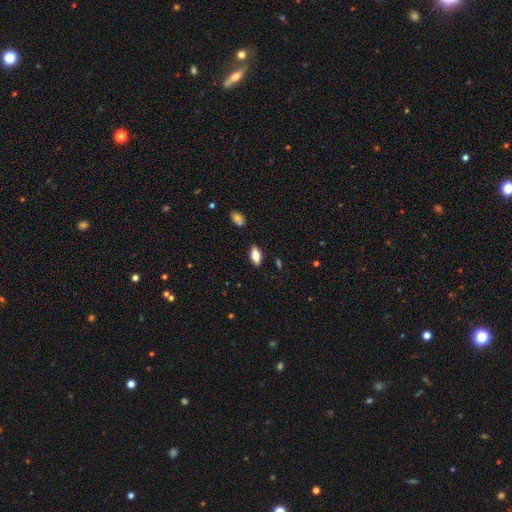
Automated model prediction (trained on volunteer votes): smooth_or_featured: smooth (p=0.69) [alt: featured or disk p=0.23]
how_rounded: in between (p=0.86) [alt: cigar-shaped p=0.12]
merging: none (p=0.86) [alt: minor disturbance p=0.10]